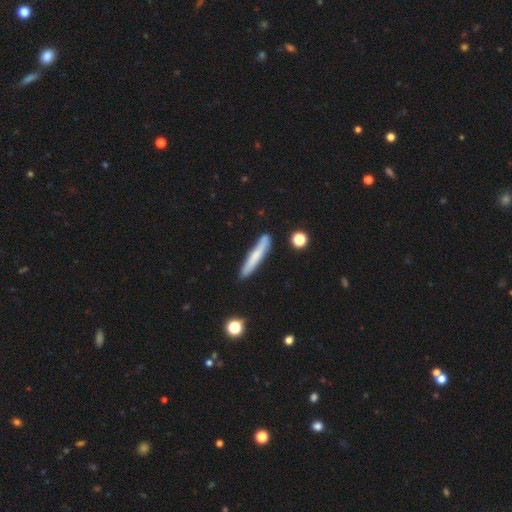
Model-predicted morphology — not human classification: This is likely a smooth galaxy (65%). How rounded: clearly cigar-shaped (94%). Merging: clearly none (83%).